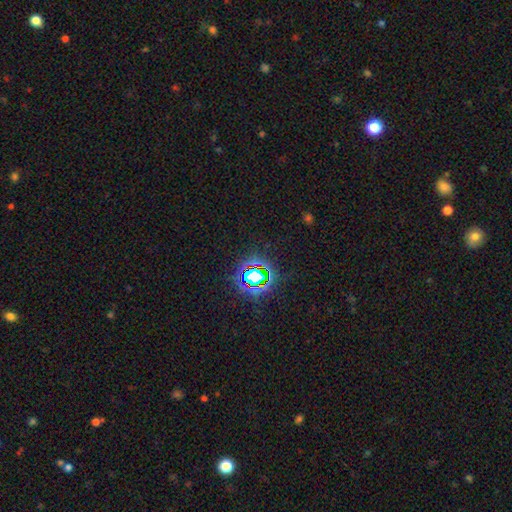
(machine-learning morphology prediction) Smooth or featured? star or artifact (75%)